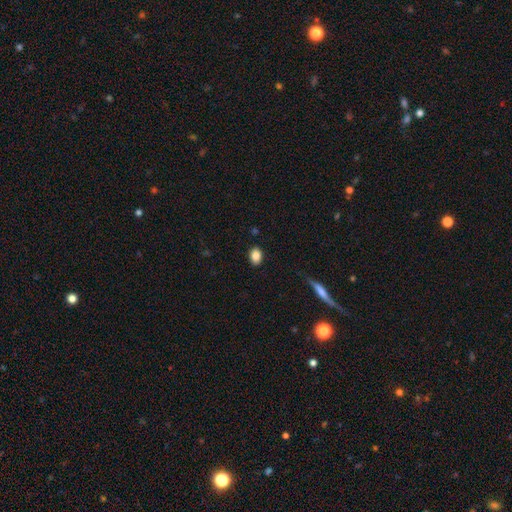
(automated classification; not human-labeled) Smooth or featured?
  - smooth: 85% *
  - star or artifact: 8%
  - featured or disk: 6%
How rounded?
  - in between: 77% *
  - round: 21%
  - cigar-shaped: 1%
Merging?
  - none: 88% *
  - minor disturbance: 9%
  - major disturbance: 2%
  - merger: 1%